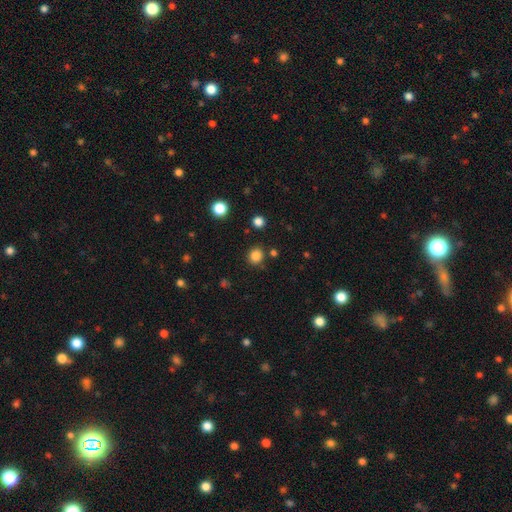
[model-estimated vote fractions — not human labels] The model was most divided on "smooth or featured": smooth: 83%, star or artifact: 13%, featured or disk: 4%. More confident: how rounded — round (86%); merging — none (85%).